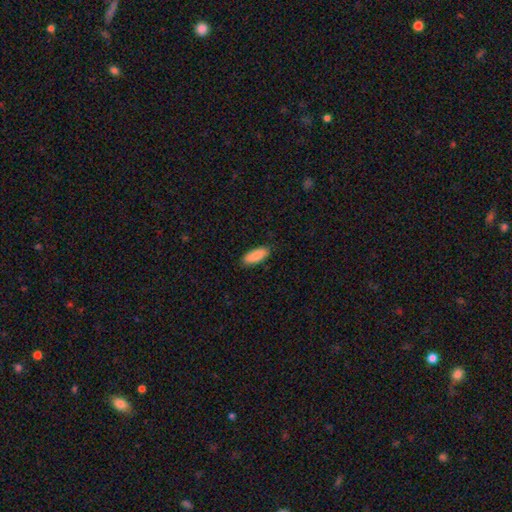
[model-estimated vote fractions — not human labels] This is clearly a smooth galaxy (87%). How rounded: likely in between (73%). Merging: clearly none (88%).